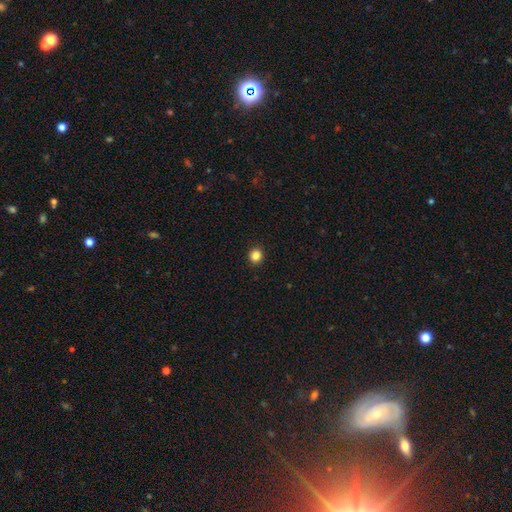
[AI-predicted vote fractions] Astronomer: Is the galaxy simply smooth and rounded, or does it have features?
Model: smooth — 85%.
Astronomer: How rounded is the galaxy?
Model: round — 91%.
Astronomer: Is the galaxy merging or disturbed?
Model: none — 93%.